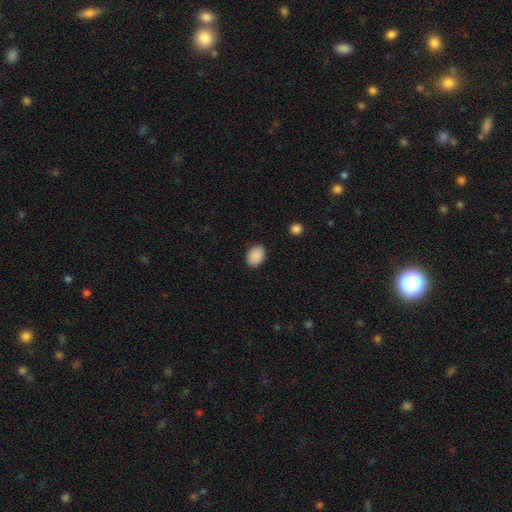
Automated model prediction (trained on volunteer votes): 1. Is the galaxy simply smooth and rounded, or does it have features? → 90% smooth, 8% star or artifact, 3% featured or disk.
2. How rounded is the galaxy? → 66% in between, 33% round, 1% cigar-shaped.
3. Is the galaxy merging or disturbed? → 87% none, 9% minor disturbance, 2% major disturbance, 1% merger.